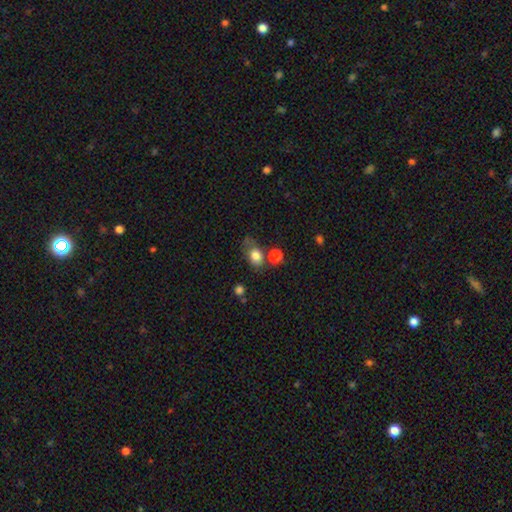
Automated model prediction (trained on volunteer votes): Q: Smooth or featured?
A: smooth (80%); runner-up: star or artifact (10%)
Q: How rounded?
A: in between (63%); runner-up: round (35%)
Q: Merging?
A: none (52%); runner-up: minor disturbance (23%)